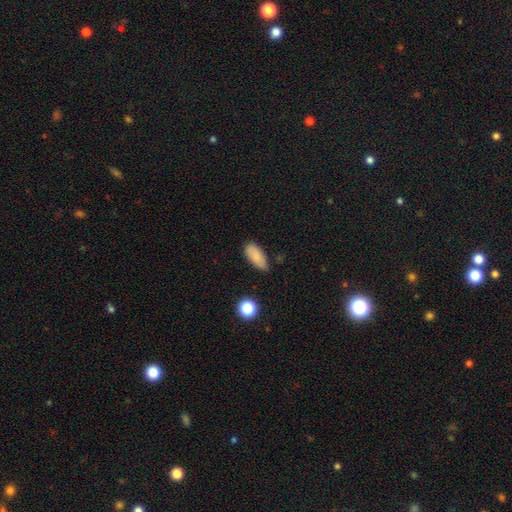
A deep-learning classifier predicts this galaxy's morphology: type=smooth (83%); roundness=in between (87%); merging=none (68%).